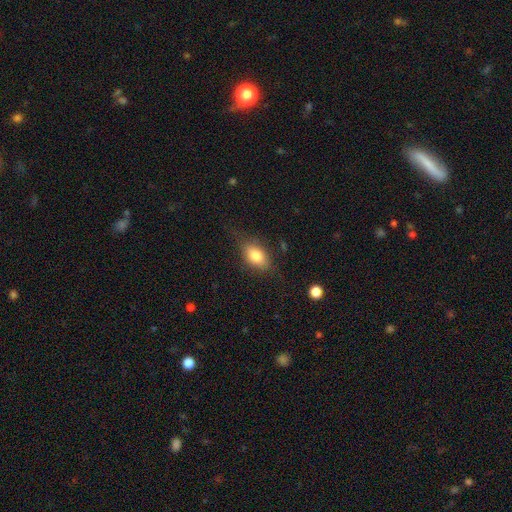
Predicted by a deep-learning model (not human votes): Q: Smooth or featured?
A: smooth (78%); runner-up: featured or disk (14%)
Q: How rounded?
A: in between (84%); runner-up: round (12%)
Q: Merging?
A: none (68%); runner-up: minor disturbance (21%)